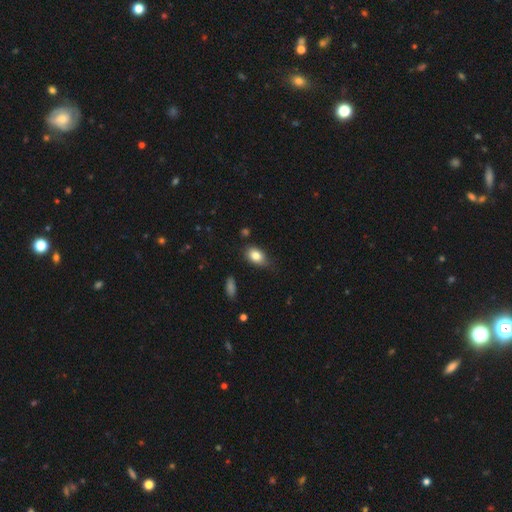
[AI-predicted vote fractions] A smooth galaxy with no disk features (82%) that is in between round and cigar-shaped (86%).

Vote fractions:
- Smooth or featured? smooth: 82% / featured or disk: 10% / star or artifact: 8%
- How rounded? in between: 86% / round: 13% / cigar-shaped: 2%
- Merging? none: 70% / minor disturbance: 23% / major disturbance: 4% / merger: 2%